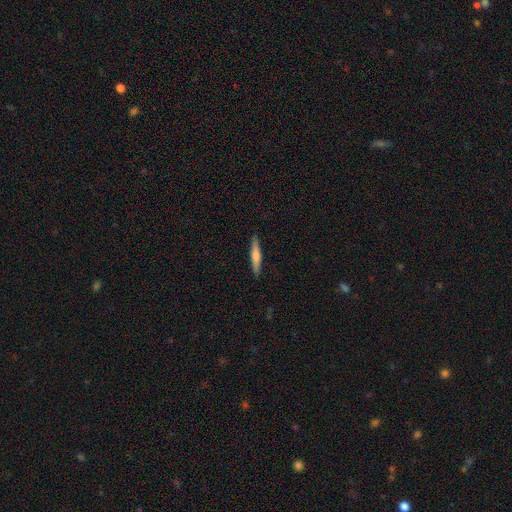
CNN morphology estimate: smooth_or_featured: smooth (p=0.54) [alt: featured or disk p=0.40]
how_rounded: cigar-shaped (p=0.92) [alt: in between p=0.07]
merging: none (p=0.91) [alt: minor disturbance p=0.07]